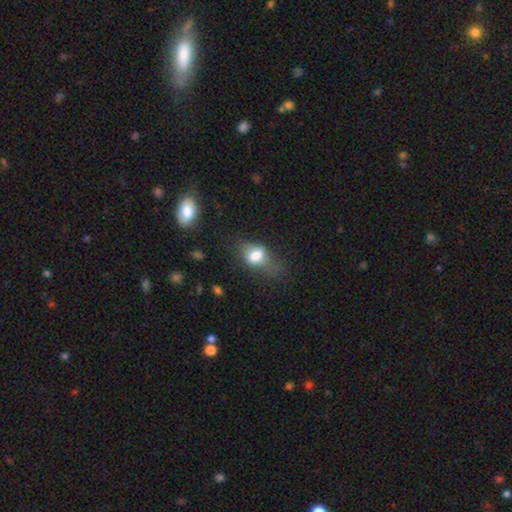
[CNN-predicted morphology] Q: Smooth or featured?
A: smooth (68%); runner-up: featured or disk (21%)
Q: How rounded?
A: in between (79%); runner-up: round (15%)
Q: Merging?
A: none (43%); runner-up: minor disturbance (27%)